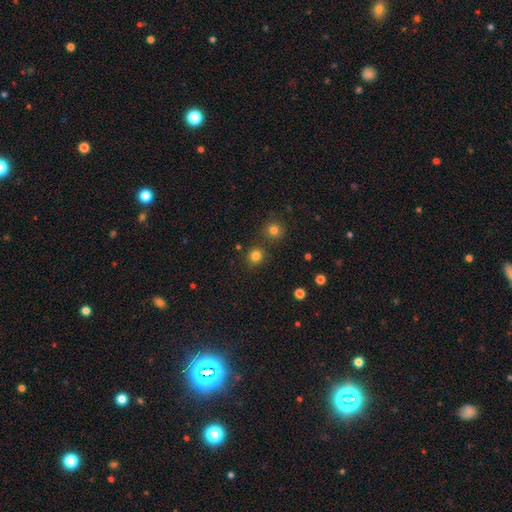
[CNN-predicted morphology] type=smooth (80%); roundness=round (90%); merging=none (80%).